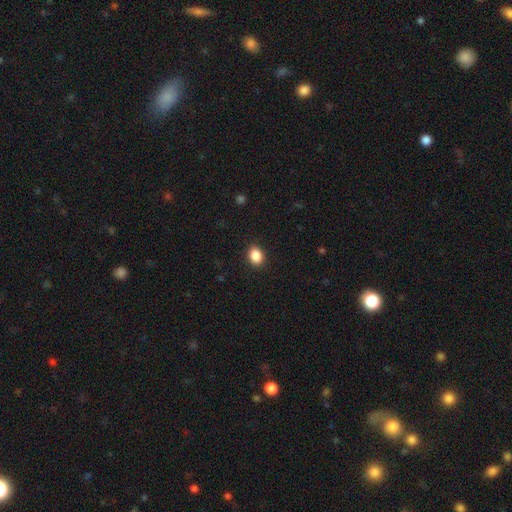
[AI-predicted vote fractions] Morphology: type=smooth (88%); roundness=in between (60%); merging=none (90%).